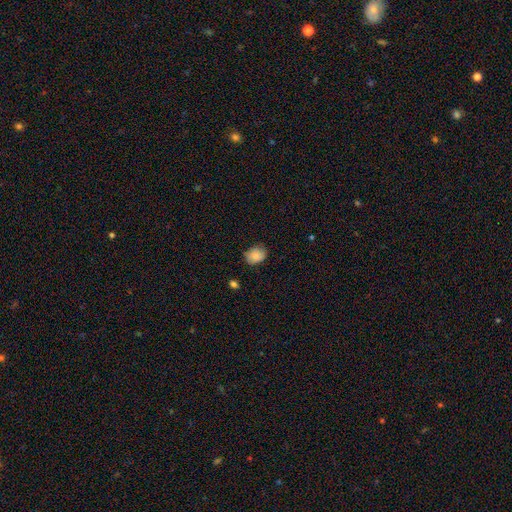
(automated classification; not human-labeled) smooth 86%, star or artifact 8%, featured or disk 6%. Down the decision tree: how rounded — in between (55%); merging — none (75%).